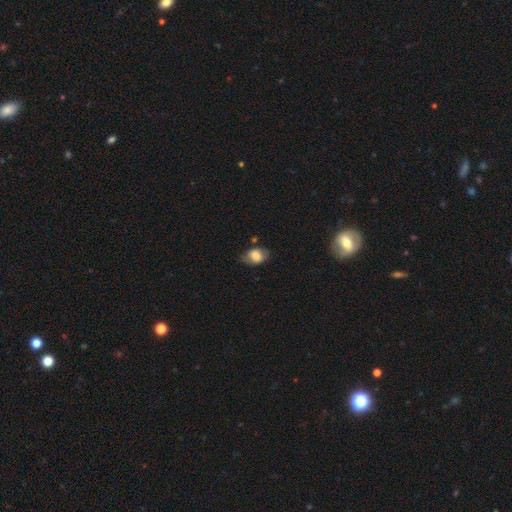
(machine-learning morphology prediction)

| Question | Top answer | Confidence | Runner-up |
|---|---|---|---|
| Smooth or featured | smooth | 72% | featured or disk (20%) |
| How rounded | in between | 81% | round (17%) |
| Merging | none | 66% | minor disturbance (24%) |